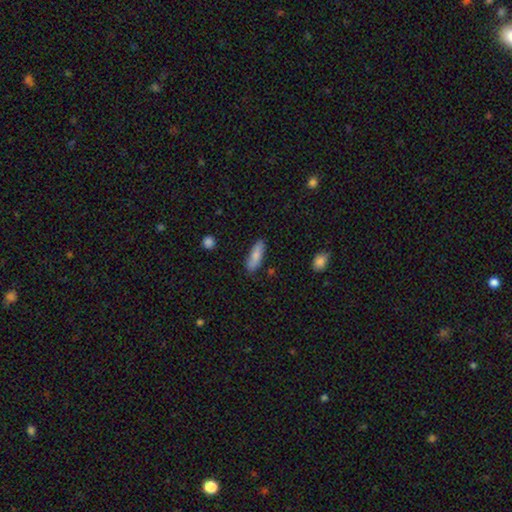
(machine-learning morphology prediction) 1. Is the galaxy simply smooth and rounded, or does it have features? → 80% smooth, 14% featured or disk, 6% star or artifact.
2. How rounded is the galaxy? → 51% in between, 47% cigar-shaped, 2% round.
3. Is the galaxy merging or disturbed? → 83% none, 13% minor disturbance, 2% major disturbance, 2% merger.